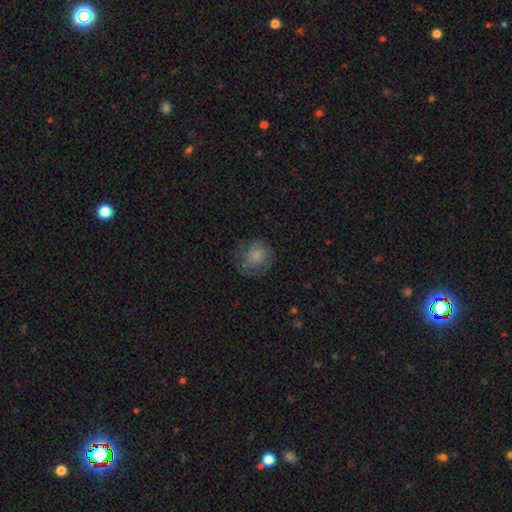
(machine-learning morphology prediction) Smooth or featured? Predicted: smooth (p=0.70). How rounded? Predicted: round (p=0.68). Merging? Predicted: none (p=0.62).